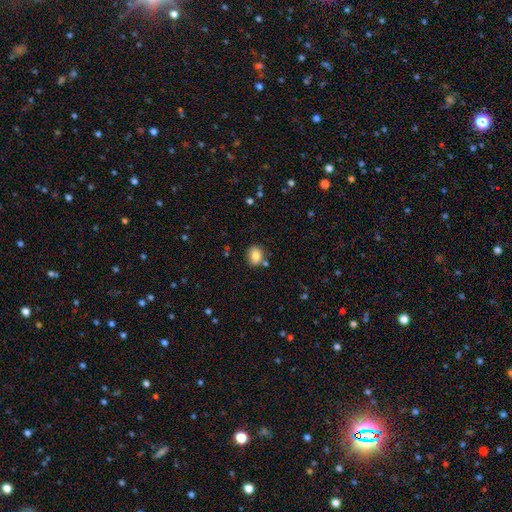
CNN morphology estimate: Overall: smooth (82%). How rounded: round (51%; in between 48%). Merging: none (78%).